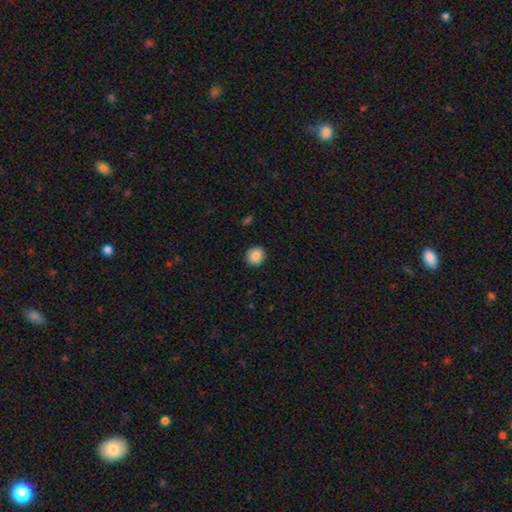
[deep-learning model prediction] A smooth galaxy with no disk features (87%) that is round (88%). Merging: none (91%).